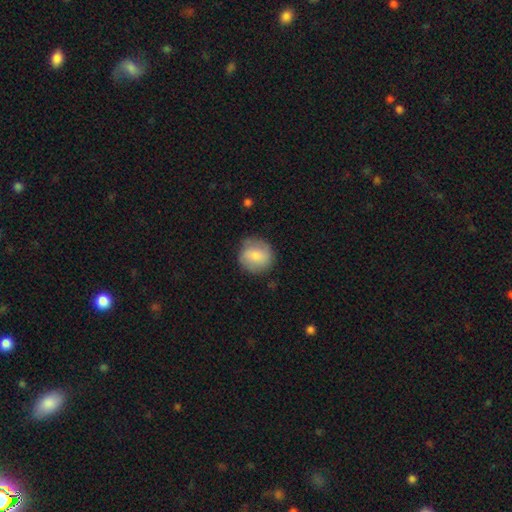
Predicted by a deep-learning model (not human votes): Smooth or featured?
  - smooth: 73% *
  - featured or disk: 20%
  - star or artifact: 7%
How rounded?
  - round: 88% *
  - in between: 10%
  - cigar-shaped: 1%
Merging?
  - none: 77% *
  - minor disturbance: 17%
  - major disturbance: 5%
  - merger: 1%